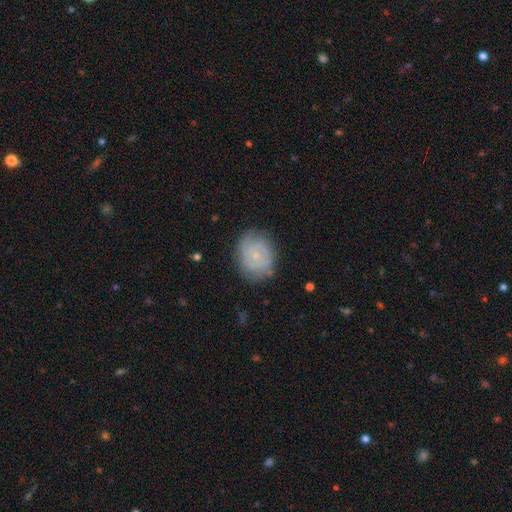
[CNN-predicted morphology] This is likely a featured or disk galaxy (64%). It is clearly not viewed edge-on (97%). Bar: likely no (78%). Spiral arm pattern: clearly yes (86%). Spiral arm count: marginally 2 (37%). Spiral winding: likely tight (65%). Central bulge: likely small (76%). Merging: likely none (76%).